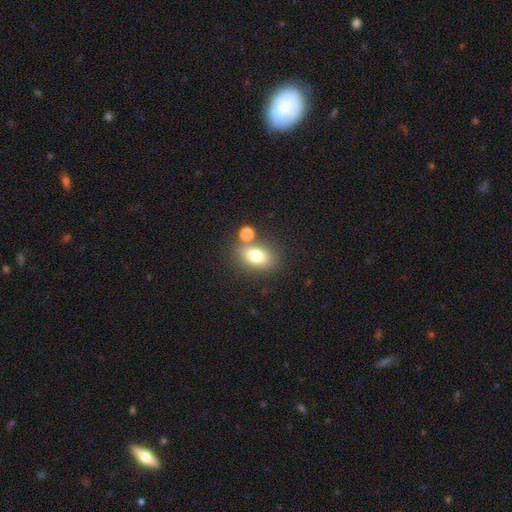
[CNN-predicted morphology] This appears to be a smooth galaxy with no disk features (75%) that is in between round and cigar-shaped (79%). Merging: none (66%).